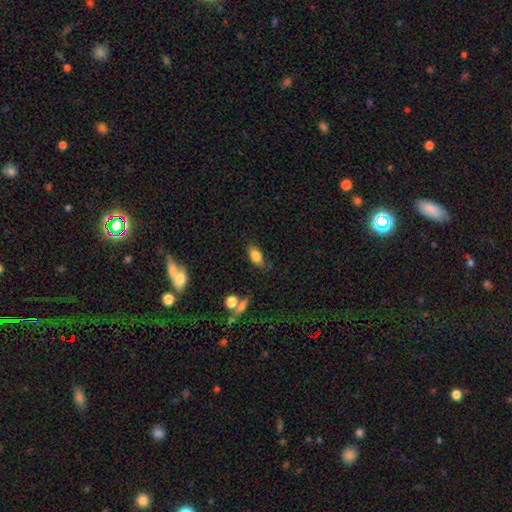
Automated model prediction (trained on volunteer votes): This appears to be a smooth galaxy with no disk features (79%) that is in between round and cigar-shaped (87%). Merging: none (75%).